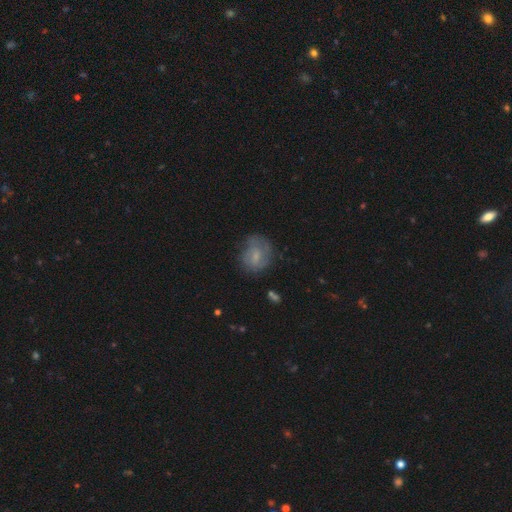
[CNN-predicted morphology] Overall: smooth (48%; featured or disk 43%). Merging: none (59%; minor disturbance 26%).